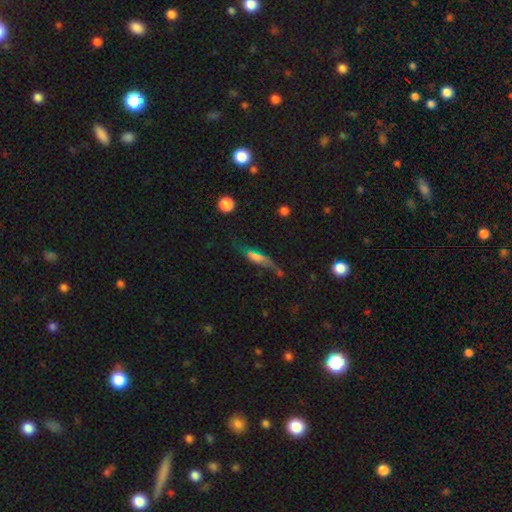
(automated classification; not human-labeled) This is possibly a smooth galaxy (46%). Merging: marginally none (45%).